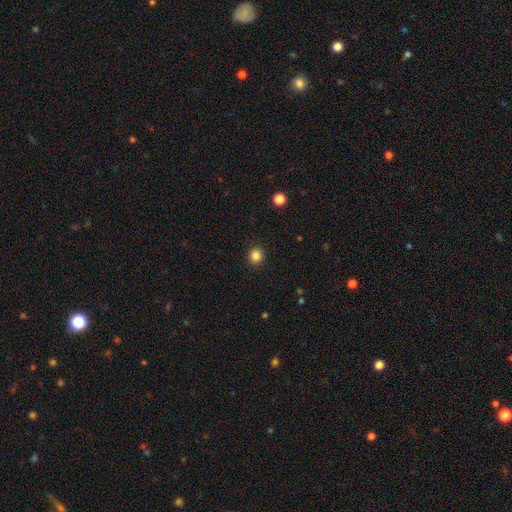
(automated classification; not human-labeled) Smooth or featured?
  - smooth: 85% *
  - star or artifact: 11%
  - featured or disk: 4%
How rounded?
  - round: 89% *
  - in between: 10%
  - cigar-shaped: 1%
Merging?
  - none: 92% *
  - minor disturbance: 5%
  - major disturbance: 2%
  - merger: 1%